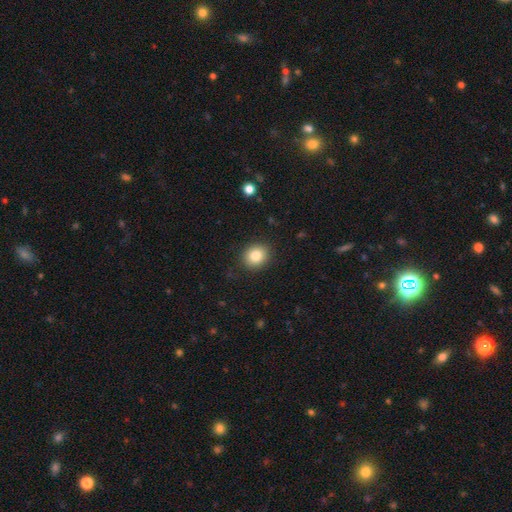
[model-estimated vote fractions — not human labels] This is clearly a smooth galaxy (82%). How rounded: likely round (77%). Merging: clearly none (89%).